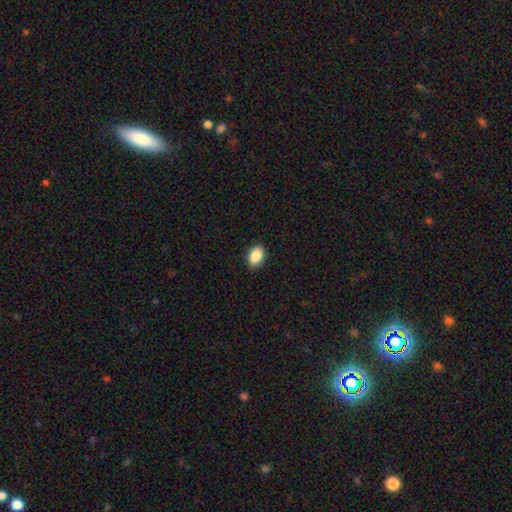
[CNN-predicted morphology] smooth-or-featured: smooth: 89% | star or artifact: 7% | featured or disk: 4%
  how-rounded: in between: 87% | round: 12% | cigar-shaped: 1%
  merging: none: 89% | minor disturbance: 9% | major disturbance: 2% | merger: 1%